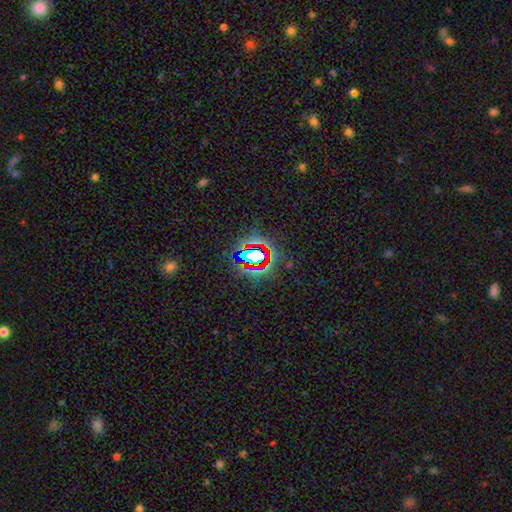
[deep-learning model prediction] smooth_or_featured: star or artifact (p=0.71) [alt: smooth p=0.17]